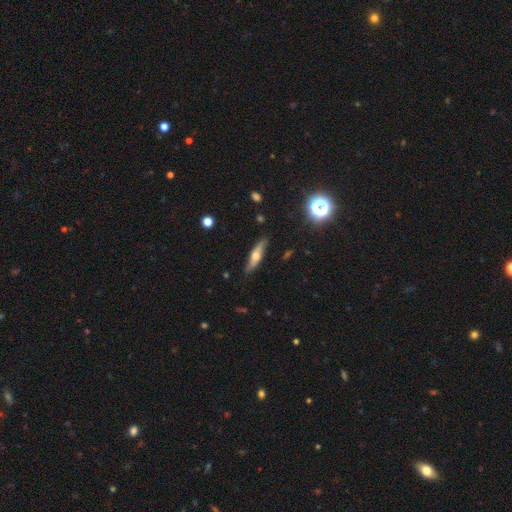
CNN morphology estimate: A featured or disk galaxy (48%). Merging: none (83%).